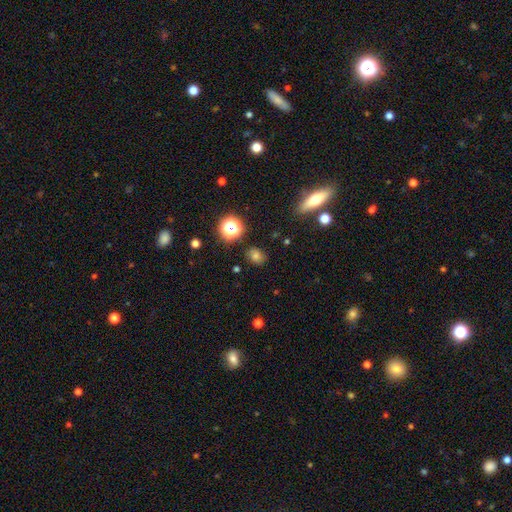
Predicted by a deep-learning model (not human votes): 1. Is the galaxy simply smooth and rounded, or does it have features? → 70% smooth, 21% star or artifact, 9% featured or disk.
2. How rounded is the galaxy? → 60% round, 38% in between, 2% cigar-shaped.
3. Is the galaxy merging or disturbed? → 84% none, 11% minor disturbance, 3% major disturbance, 2% merger.